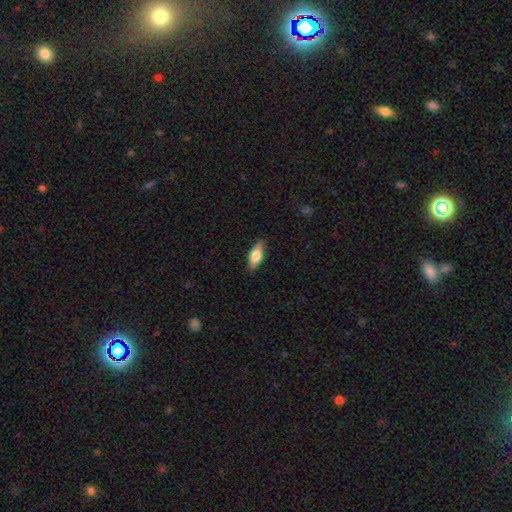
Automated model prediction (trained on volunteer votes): Smooth or featured? Predicted: smooth (p=0.59). How rounded? Predicted: in between (p=0.69). Merging? Predicted: none (p=0.85).